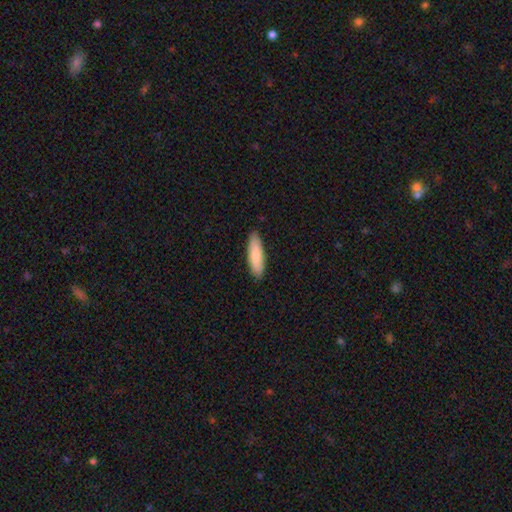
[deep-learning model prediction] Smooth or featured?
  - smooth: 84% *
  - featured or disk: 11%
  - star or artifact: 5%
How rounded?
  - cigar-shaped: 62% *
  - in between: 36%
  - round: 1%
Merging?
  - none: 88% *
  - minor disturbance: 9%
  - major disturbance: 2%
  - merger: 1%